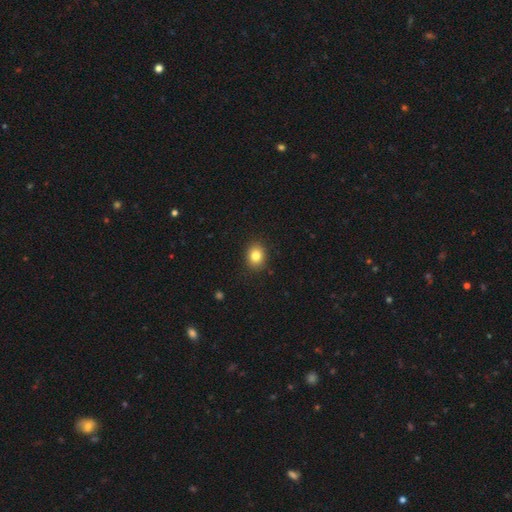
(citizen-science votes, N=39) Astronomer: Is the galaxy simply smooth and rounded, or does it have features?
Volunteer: smooth — 82%.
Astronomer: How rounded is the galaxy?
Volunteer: round — 78%.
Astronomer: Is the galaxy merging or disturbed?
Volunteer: none — 89%.